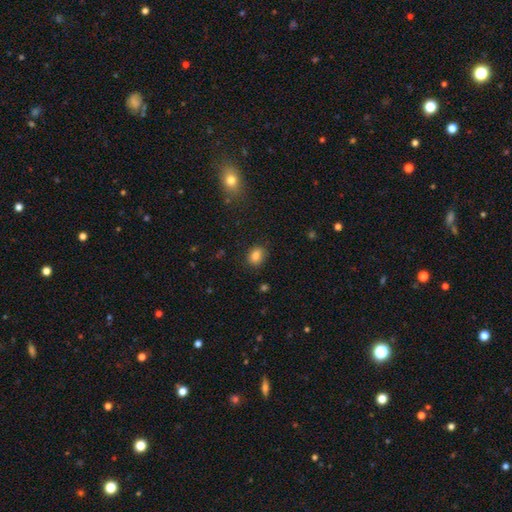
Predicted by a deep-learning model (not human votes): Morphology: type=smooth (84%); roundness=in between (57%); merging=none (84%).